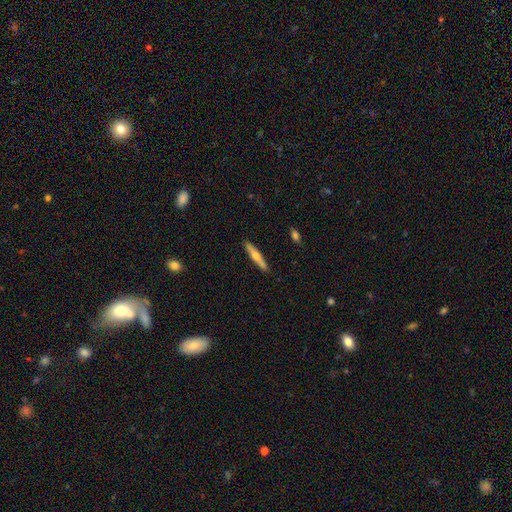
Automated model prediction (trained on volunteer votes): This appears to be a featured or disk galaxy (49%). Merging: none (89%).